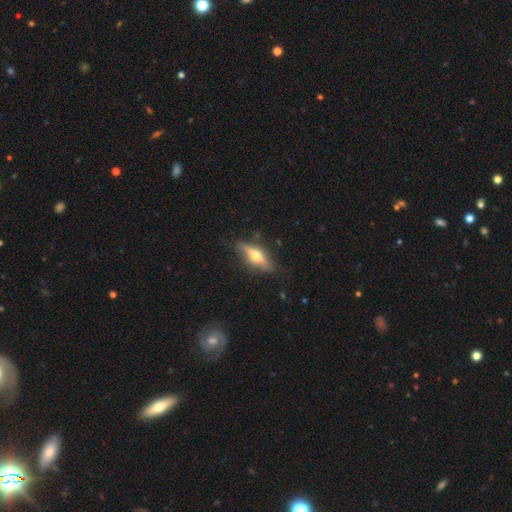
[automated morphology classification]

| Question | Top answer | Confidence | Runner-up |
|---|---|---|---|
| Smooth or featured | featured or disk | 61% | smooth (32%) |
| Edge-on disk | yes | 91% | no (9%) |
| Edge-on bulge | rounded | 92% | boxy (5%) |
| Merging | none | 80% | minor disturbance (14%) |